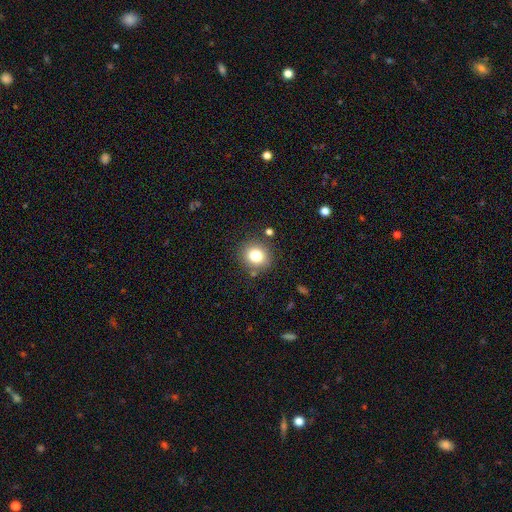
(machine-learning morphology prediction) The model was most divided on "how rounded": round: 81%, in between: 18%, cigar-shaped: 1%. More confident: merging — none (84%); smooth or featured — smooth (80%).